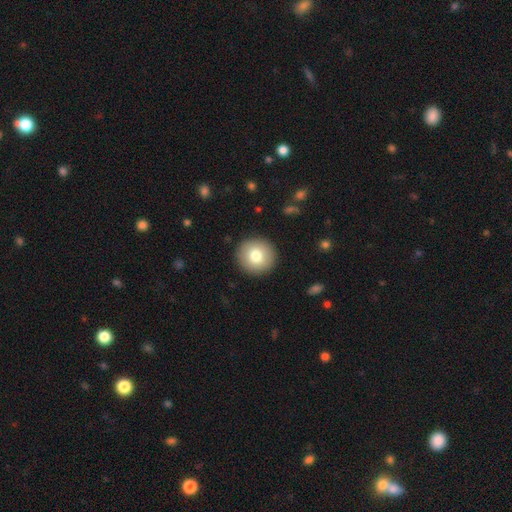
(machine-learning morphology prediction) Smooth or featured? Predicted: smooth (p=0.78). How rounded? Predicted: round (p=0.94). Merging? Predicted: none (p=0.91).